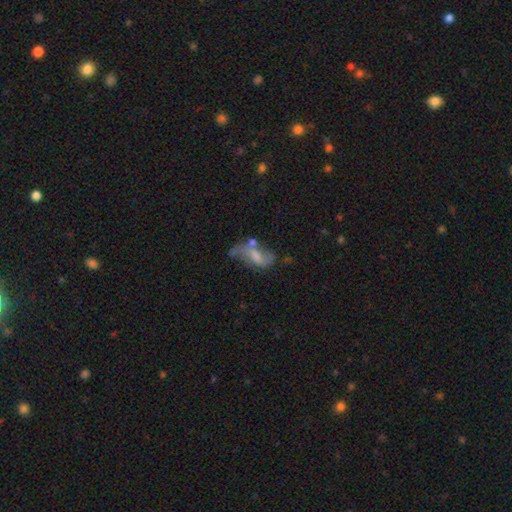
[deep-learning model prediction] Smooth or featured? Predicted: featured or disk (p=0.57). Edge-on disk? Predicted: no (p=0.92). Bar? Predicted: weak (p=0.44). Spiral arms? Predicted: yes (p=0.68). Bulge size? Predicted: moderate (p=0.37). Merging? Predicted: none (p=0.38).